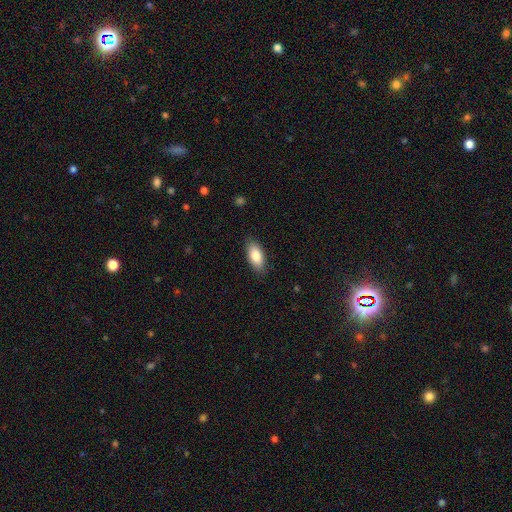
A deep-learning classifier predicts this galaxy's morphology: This is clearly a smooth galaxy (84%). How rounded: clearly in between (90%). Merging: clearly none (86%).